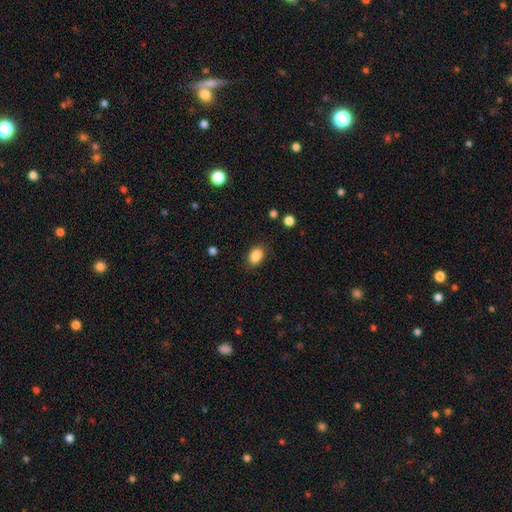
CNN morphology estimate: Smooth or featured: smooth — 87% (star or artifact — 9%)
How rounded: in between — 78% (round — 21%)
Merging: none — 86% (minor disturbance — 10%)